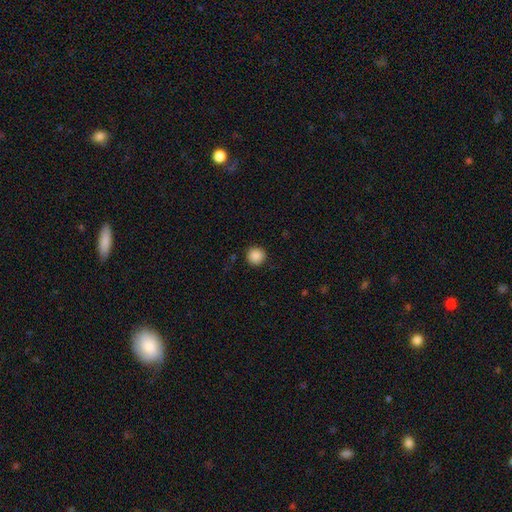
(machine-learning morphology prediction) This appears to be a smooth galaxy with no disk features (88%) that is round (95%). Merging: none (90%).